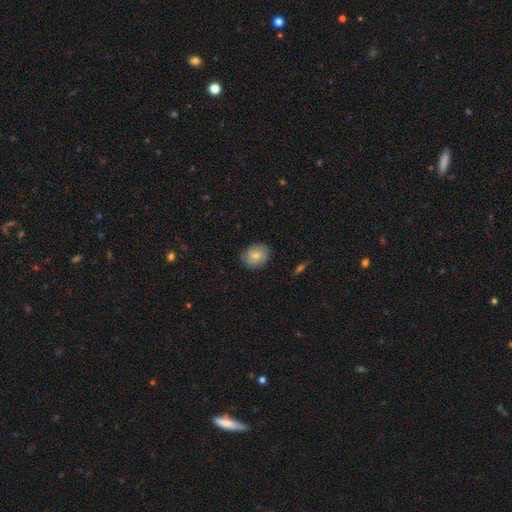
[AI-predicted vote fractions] The model was most divided on "how rounded": round: 62%, in between: 36%, cigar-shaped: 1%. More confident: merging — none (82%); smooth or featured — smooth (67%).